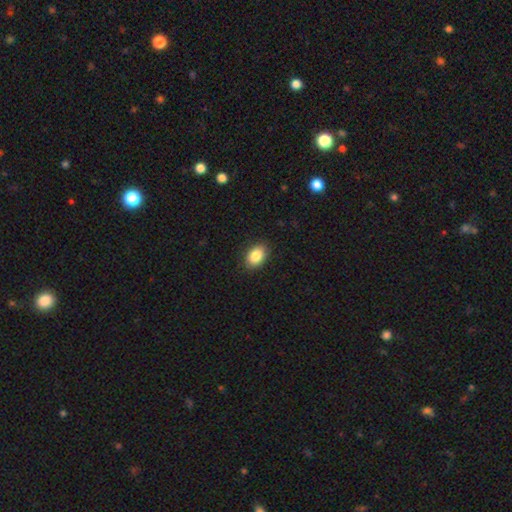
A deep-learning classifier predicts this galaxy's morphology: A smooth galaxy with no disk features (85%) that is in between round and cigar-shaped (85%).

Vote fractions:
- Smooth or featured? smooth: 85% / star or artifact: 8% / featured or disk: 7%
- How rounded? in between: 85% / round: 13% / cigar-shaped: 1%
- Merging? none: 88% / minor disturbance: 8% / major disturbance: 2% / merger: 1%